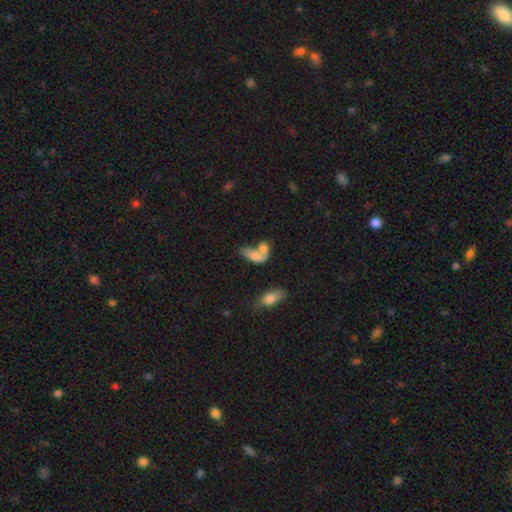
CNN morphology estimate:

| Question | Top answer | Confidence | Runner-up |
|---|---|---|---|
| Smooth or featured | smooth | 72% | featured or disk (18%) |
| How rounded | in between | 83% | cigar-shaped (10%) |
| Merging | merger | 58% | none (22%) |